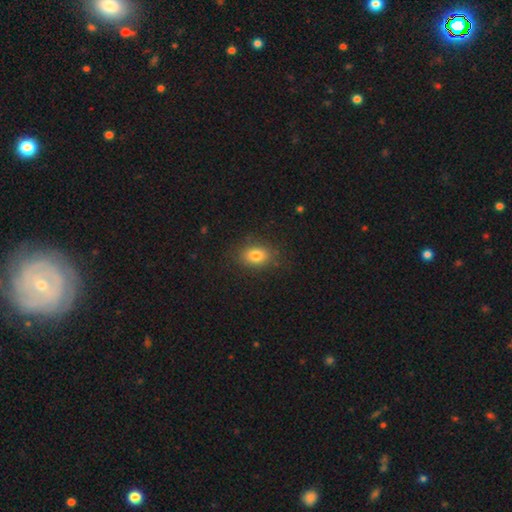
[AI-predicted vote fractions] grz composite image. It shows a smooth galaxy with no disk features (80%) that is in between round and cigar-shaped (71%). Merging: none (83%).